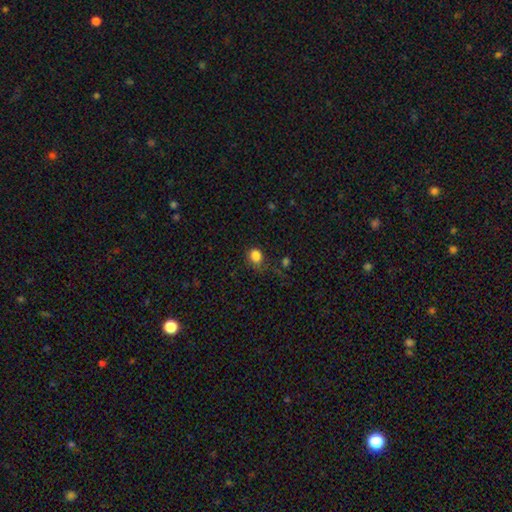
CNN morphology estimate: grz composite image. It shows a smooth galaxy with no disk features (84%) that is round (60%). Merging: none (62%).